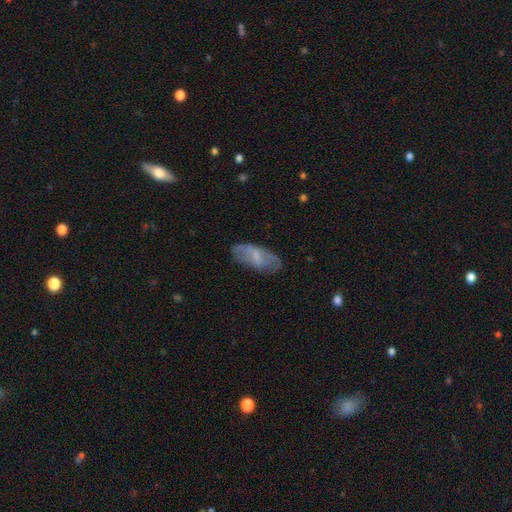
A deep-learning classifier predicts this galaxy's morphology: Q: Smooth or featured?
A: smooth (55%); runner-up: featured or disk (38%)
Q: How rounded?
A: in between (81%); runner-up: cigar-shaped (17%)
Q: Merging?
A: none (68%); runner-up: minor disturbance (22%)